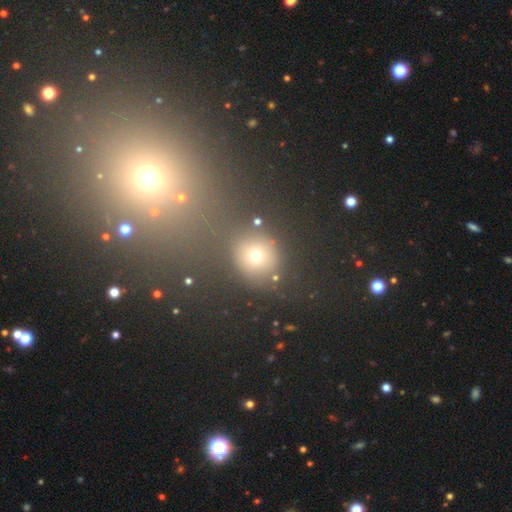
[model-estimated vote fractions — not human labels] Morphology: type=smooth (63%); roundness=round (86%); merging=none (82%).